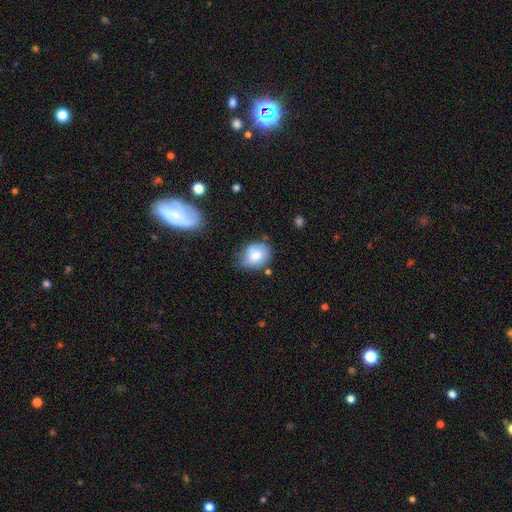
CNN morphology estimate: Smooth or featured?
  - smooth: 74% *
  - featured or disk: 18%
  - star or artifact: 8%
How rounded?
  - in between: 53% *
  - round: 46%
  - cigar-shaped: 1%
Merging?
  - none: 56% *
  - minor disturbance: 32%
  - major disturbance: 7%
  - merger: 5%